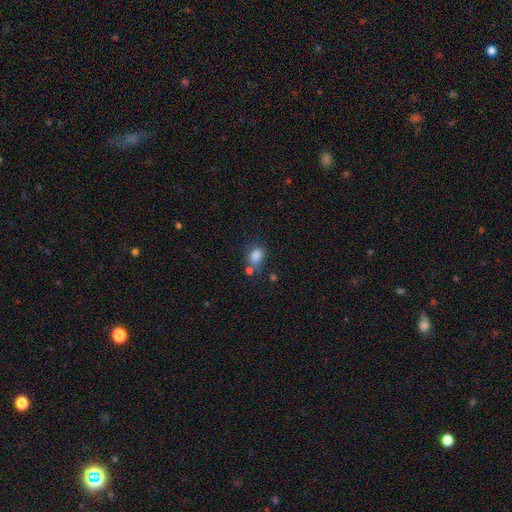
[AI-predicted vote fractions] The model was most divided on "merging": none: 47%, minor disturbance: 22%, merger: 21%, major disturbance: 10%. More confident: smooth or featured — smooth (82%); how rounded — in between (69%).